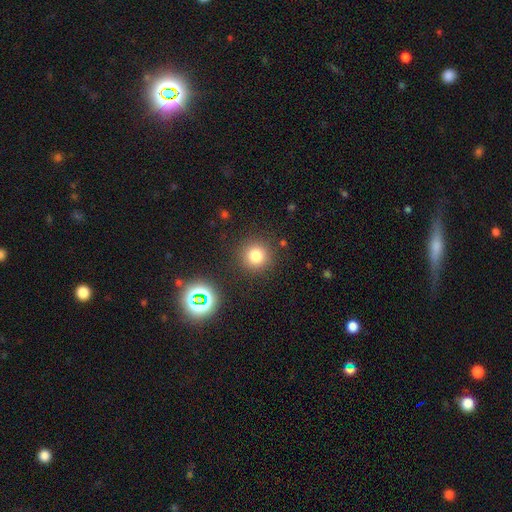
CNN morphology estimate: Overall: smooth (78%). How rounded: round (94%). Merging: none (87%).